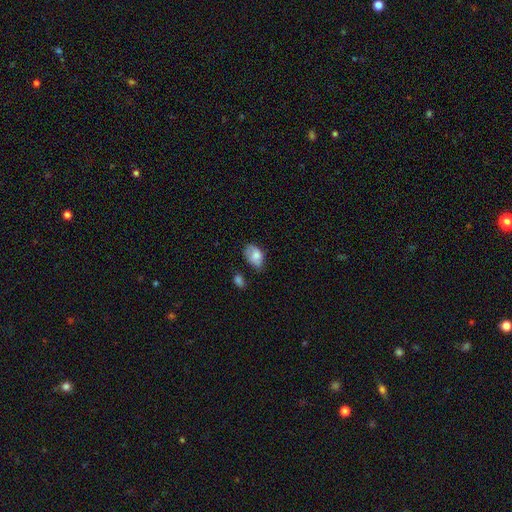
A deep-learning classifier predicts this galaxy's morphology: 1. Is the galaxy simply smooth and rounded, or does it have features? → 77% smooth, 15% featured or disk, 7% star or artifact.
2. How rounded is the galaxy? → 88% in between, 11% round, 1% cigar-shaped.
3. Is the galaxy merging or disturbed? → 45% none, 39% minor disturbance, 11% major disturbance, 5% merger.